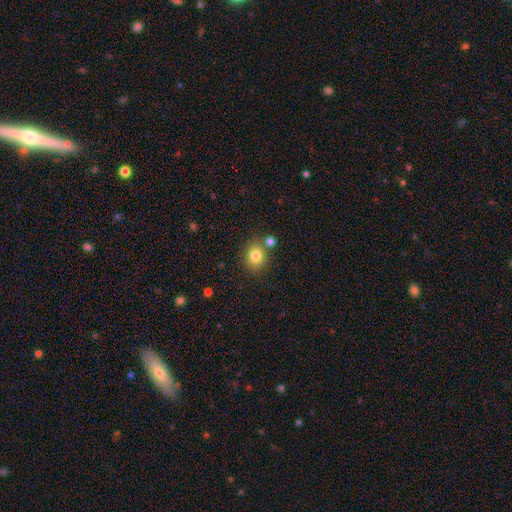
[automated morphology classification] Overall: smooth (81%). How rounded: round (70%). Merging: none (74%).